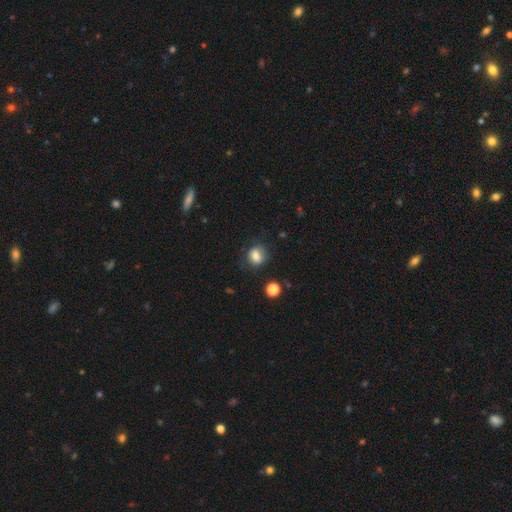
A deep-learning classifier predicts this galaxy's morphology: type=smooth (79%); roundness=in between (50%); merging=none (72%).